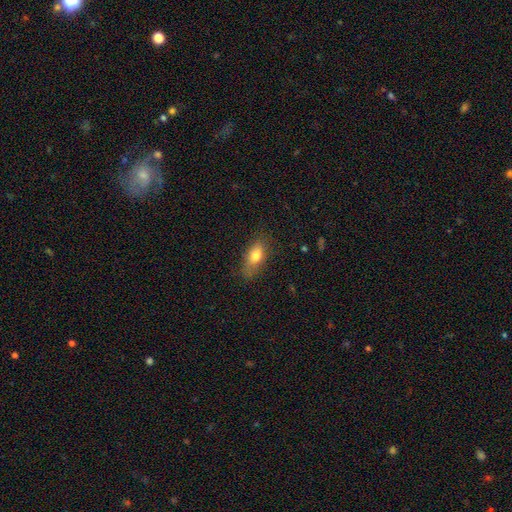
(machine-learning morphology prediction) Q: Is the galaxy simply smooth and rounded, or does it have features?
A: smooth — 77%.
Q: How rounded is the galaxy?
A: in between — 81%.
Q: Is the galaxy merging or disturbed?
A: none — 71%.